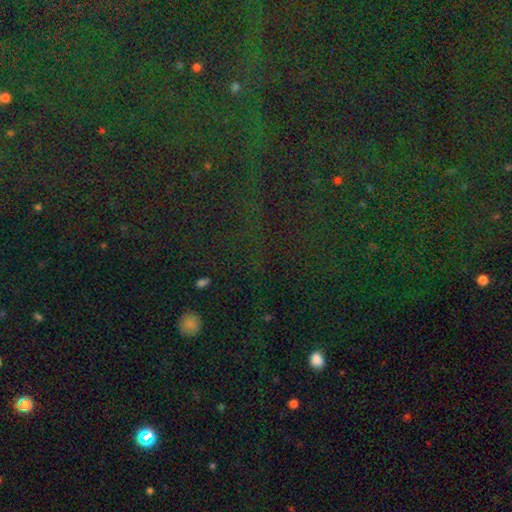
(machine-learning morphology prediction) Smooth or featured: star or artifact — 83% (smooth — 10%)